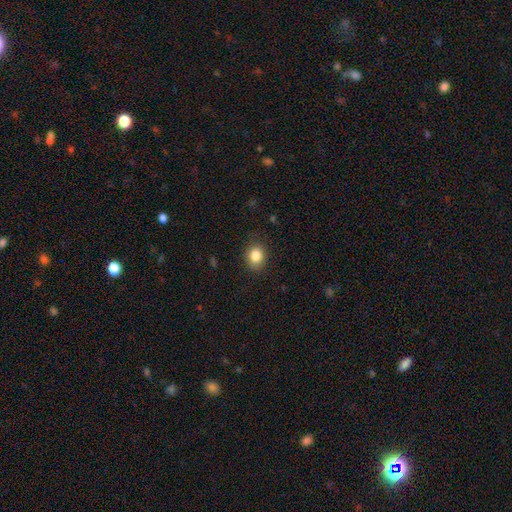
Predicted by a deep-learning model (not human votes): smooth_or_featured: smooth (p=0.84) [alt: star or artifact p=0.10]
how_rounded: round (p=0.60) [alt: in between p=0.39]
merging: none (p=0.85) [alt: minor disturbance p=0.11]